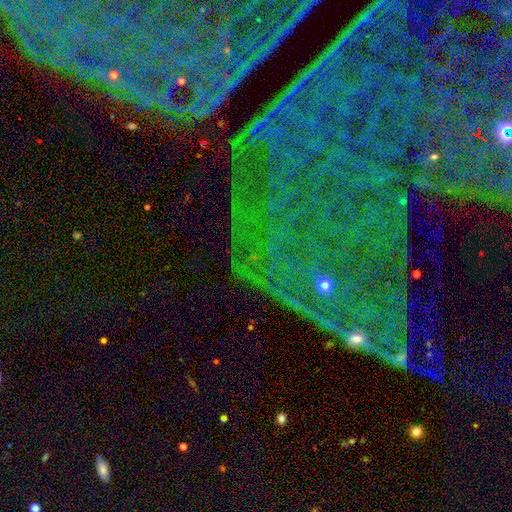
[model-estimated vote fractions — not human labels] This appears to be a star or artifact, not a galaxy (80%).